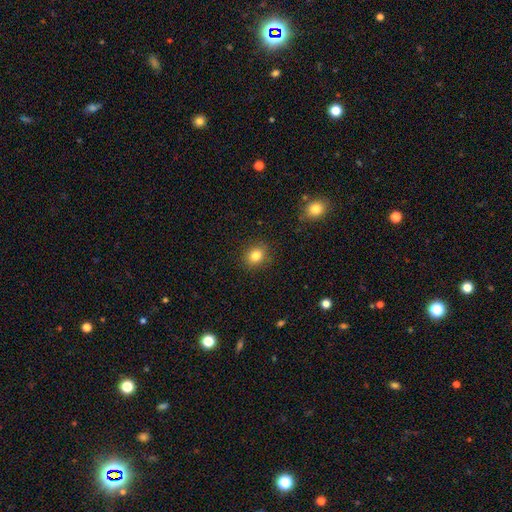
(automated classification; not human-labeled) smooth 83%, star or artifact 11%, featured or disk 6%. Down the decision tree: how rounded — round (59%); merging — none (88%).